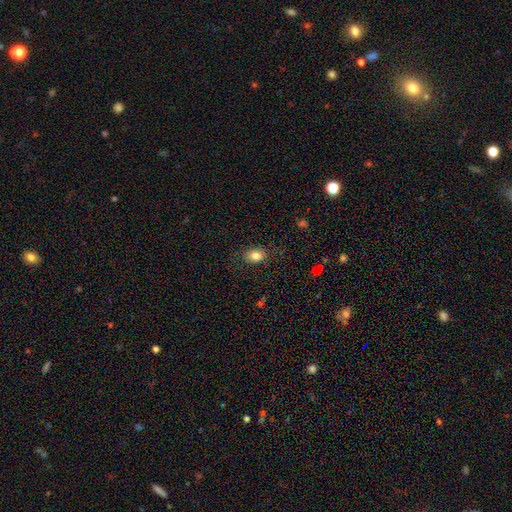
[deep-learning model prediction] Morphology: type=smooth (82%); roundness=in between (63%); merging=none (81%).